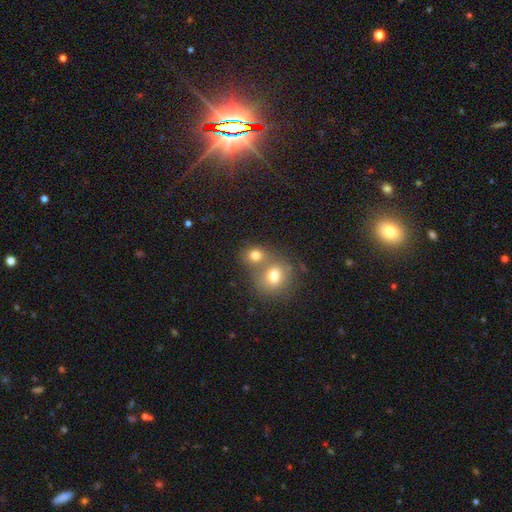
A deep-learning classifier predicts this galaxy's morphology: Smooth or featured? smooth (75%)
How rounded? round (71%)
Merging? merger (51%)